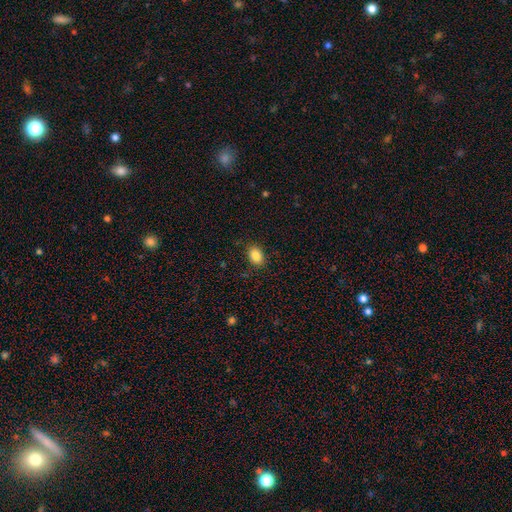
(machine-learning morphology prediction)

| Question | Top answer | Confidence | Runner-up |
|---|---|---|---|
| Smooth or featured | smooth | 86% | star or artifact (9%) |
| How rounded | in between | 80% | round (19%) |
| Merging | none | 87% | minor disturbance (9%) |